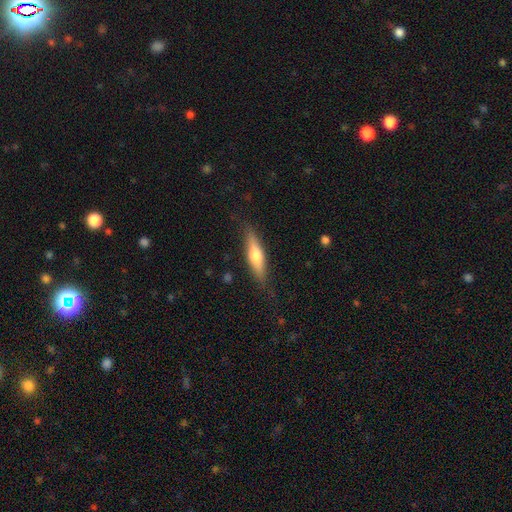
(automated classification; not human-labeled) A smooth galaxy with no disk features (53%) that is cigar-shaped (70%). Merging: none (83%).